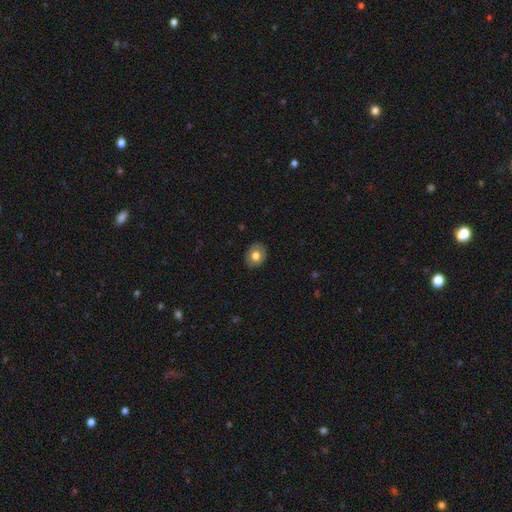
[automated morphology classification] Overall: smooth (70%). How rounded: in between (51%; round 48%). Merging: none (86%).